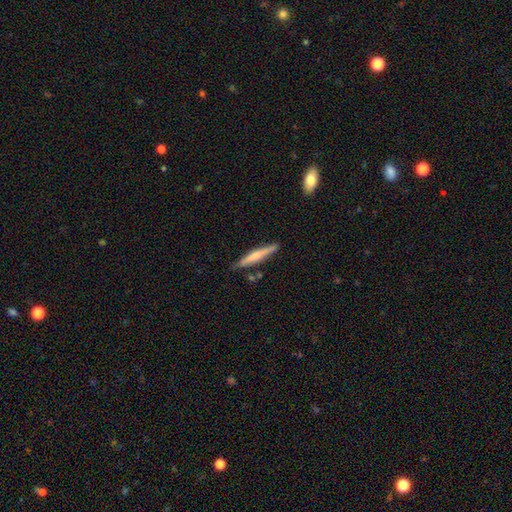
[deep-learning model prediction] Overall: smooth (51%; featured or disk 43%). How rounded: cigar-shaped (93%). Merging: none (81%).